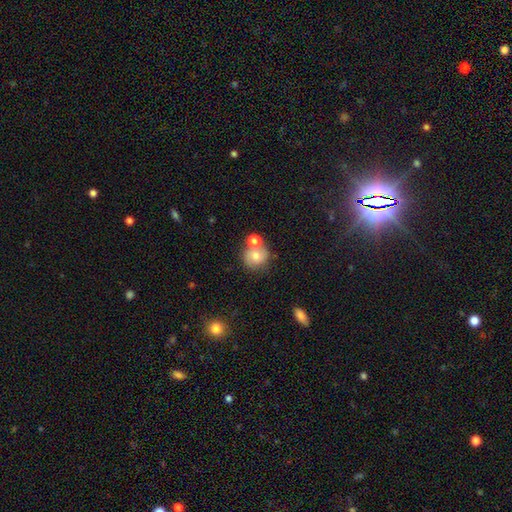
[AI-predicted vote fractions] Q: Smooth or featured?
A: smooth (66%); runner-up: featured or disk (24%)
Q: How rounded?
A: round (82%); runner-up: in between (17%)
Q: Merging?
A: none (48%); runner-up: merger (33%)